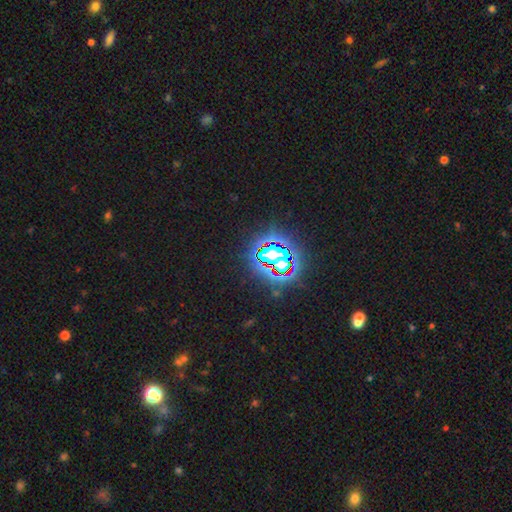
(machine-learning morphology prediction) This is clearly a star or artifact rather than a galaxy (81%).